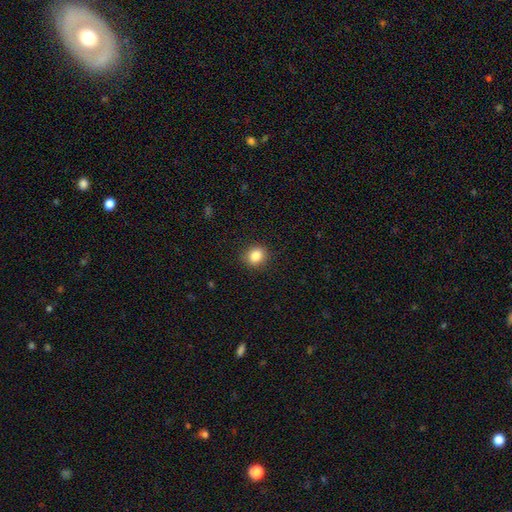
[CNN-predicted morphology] type=smooth (85%); roundness=round (72%); merging=none (89%).